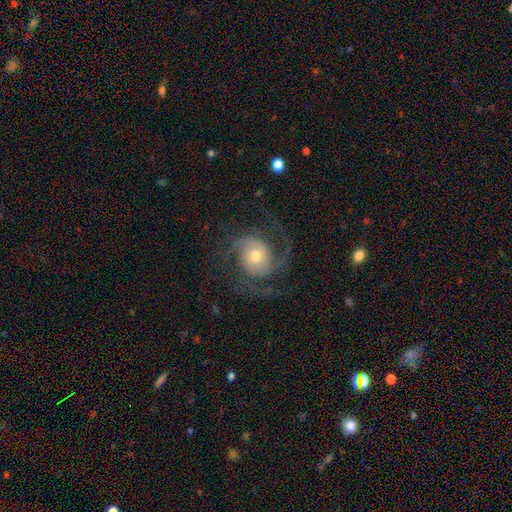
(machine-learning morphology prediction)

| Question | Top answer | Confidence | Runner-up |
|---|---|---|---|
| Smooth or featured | featured or disk | 85% | smooth (9%) |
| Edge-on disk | no | 98% | yes (2%) |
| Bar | no | 69% | weak (25%) |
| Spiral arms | yes | 96% | no (4%) |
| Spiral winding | medium | 52% | tight (27%) |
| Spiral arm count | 2 | 69% | 3 (14%) |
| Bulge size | moderate | 56% | small (35%) |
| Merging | none | 70% | major disturbance (15%) |